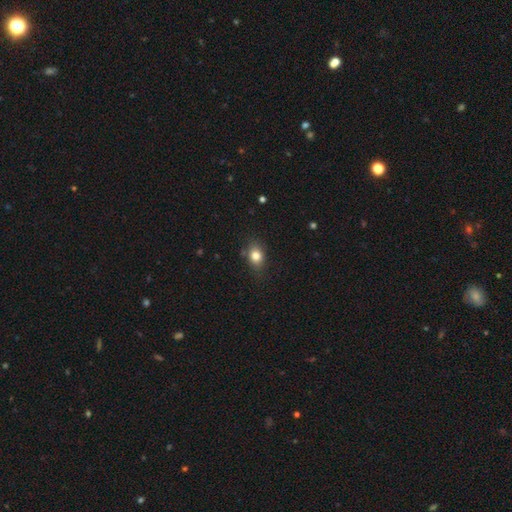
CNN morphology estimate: Q: Smooth or featured?
A: smooth (81%); runner-up: star or artifact (10%)
Q: How rounded?
A: in between (63%); runner-up: round (35%)
Q: Merging?
A: none (78%); runner-up: minor disturbance (16%)